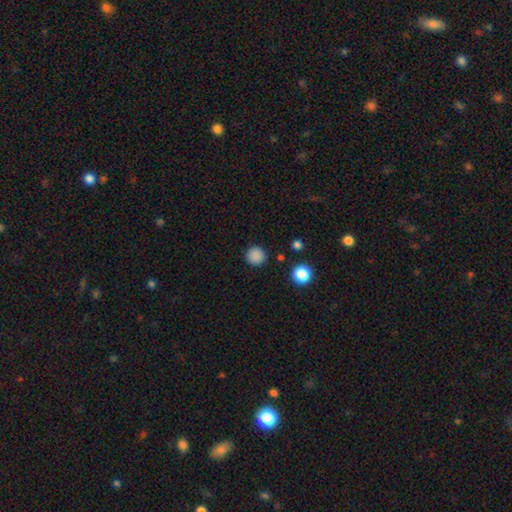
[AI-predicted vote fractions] The model was most divided on "smooth or featured": smooth: 86%, star or artifact: 12%, featured or disk: 3%. More confident: how rounded — round (95%); merging — none (90%).